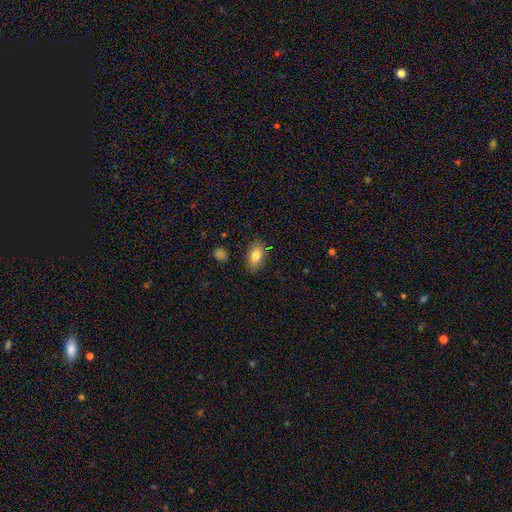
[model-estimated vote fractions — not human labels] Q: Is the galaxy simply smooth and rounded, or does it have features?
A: smooth — 81%.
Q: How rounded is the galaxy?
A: in between — 89%.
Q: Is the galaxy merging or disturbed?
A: none — 83%.